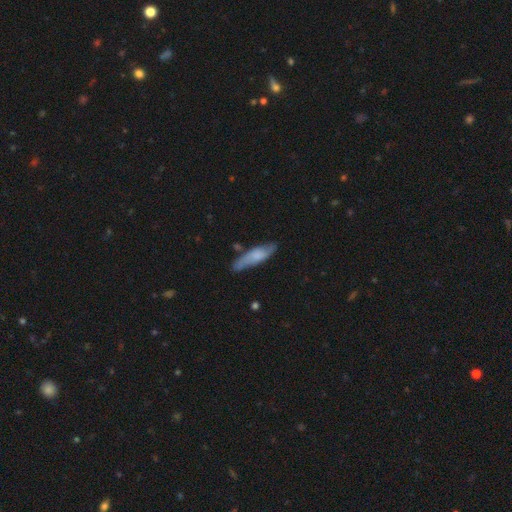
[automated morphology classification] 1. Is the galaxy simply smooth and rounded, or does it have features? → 59% smooth, 35% featured or disk, 6% star or artifact.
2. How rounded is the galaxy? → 64% cigar-shaped, 34% in between, 2% round.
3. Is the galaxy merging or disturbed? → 72% none, 21% minor disturbance, 4% major disturbance, 3% merger.